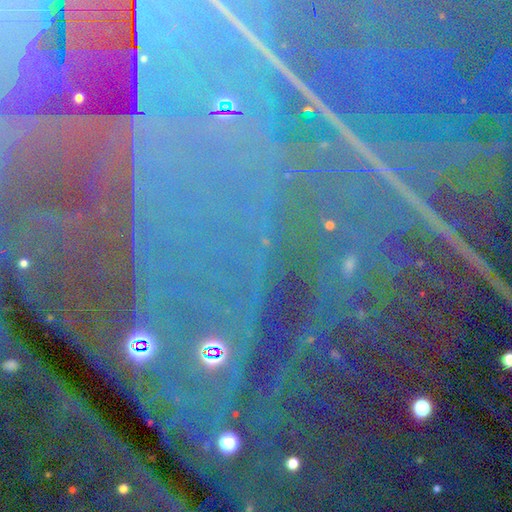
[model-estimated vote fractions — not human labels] Smooth or featured: star or artifact — 85% (featured or disk — 8%)